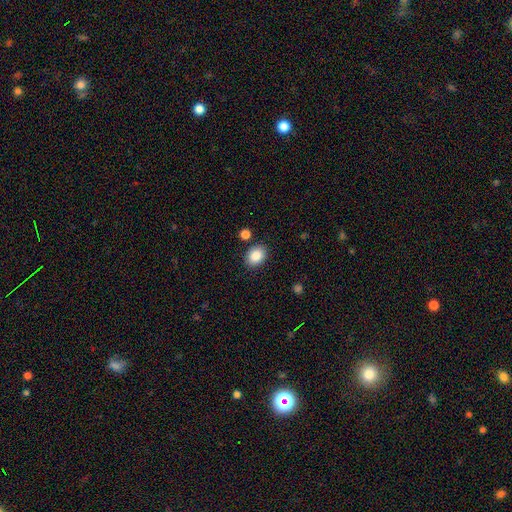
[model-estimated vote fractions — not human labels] Smooth or featured? Predicted: smooth (p=0.86). How rounded? Predicted: in between (p=0.64). Merging? Predicted: none (p=0.85).